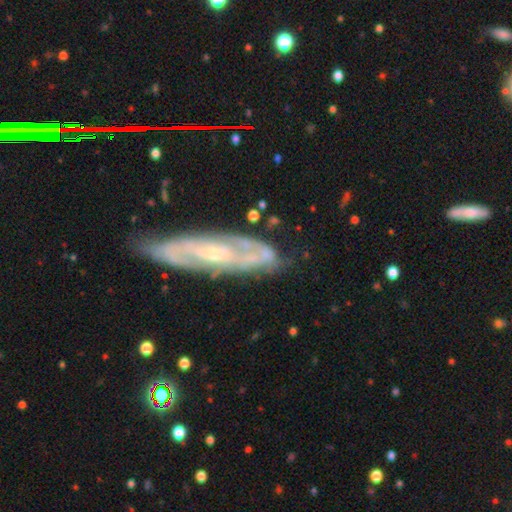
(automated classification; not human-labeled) Smooth or featured?
  - featured or disk: 68% *
  - smooth: 25%
  - star or artifact: 7%
Edge-on disk?
  - no: 78% *
  - yes: 22%
Bar?
  - no: 56% *
  - weak: 31%
  - strong: 13%
Spiral arms?
  - yes: 61% *
  - no: 39%
Bulge size?
  - small: 49% *
  - moderate: 37%
  - none: 9%
  - large: 4%
  - dominant: 1%
Merging?
  - none: 59% *
  - minor disturbance: 22%
  - major disturbance: 13%
  - merger: 6%